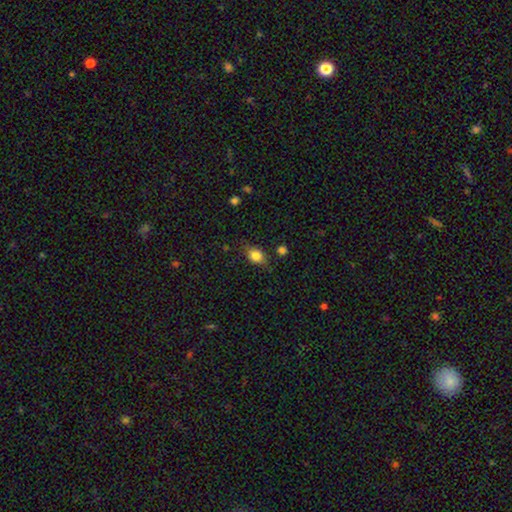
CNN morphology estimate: Q: Smooth or featured?
A: smooth (81%); runner-up: featured or disk (10%)
Q: How rounded?
A: in between (63%); runner-up: round (35%)
Q: Merging?
A: none (74%); runner-up: minor disturbance (19%)